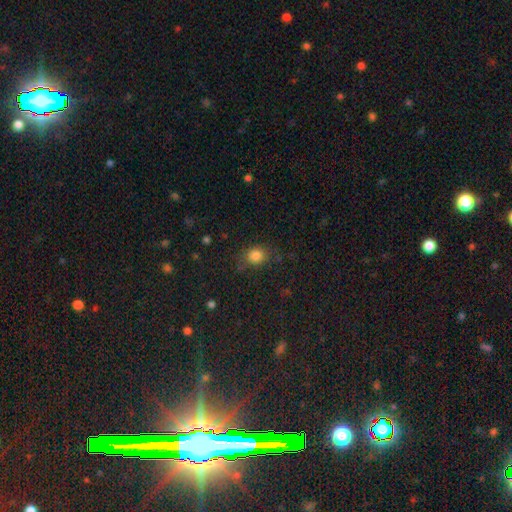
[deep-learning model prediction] This appears to be a smooth galaxy with no disk features (83%) that is round (58%). Merging: none (72%).